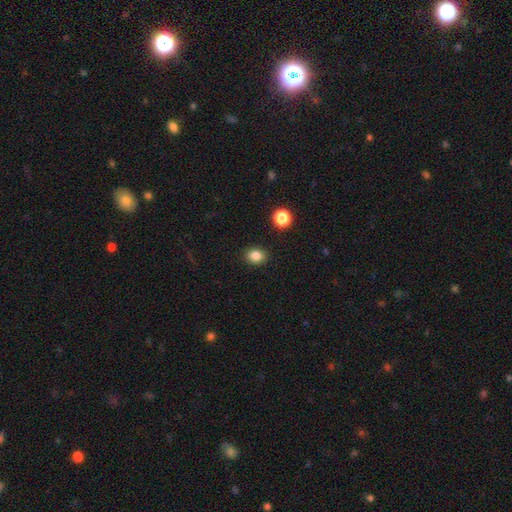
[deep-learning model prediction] A smooth galaxy with no disk features (84%) that is round (51%).

Vote fractions:
- Smooth or featured? smooth: 84% / star or artifact: 11% / featured or disk: 5%
- How rounded? round: 51% / in between: 48% / cigar-shaped: 1%
- Merging? none: 89% / minor disturbance: 7% / major disturbance: 2% / merger: 1%